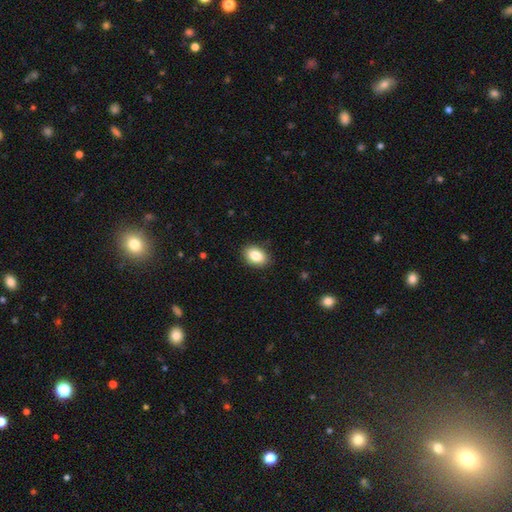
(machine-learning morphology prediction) smooth 86%, star or artifact 8%, featured or disk 7%. Down the decision tree: how rounded — in between (82%); merging — none (88%).